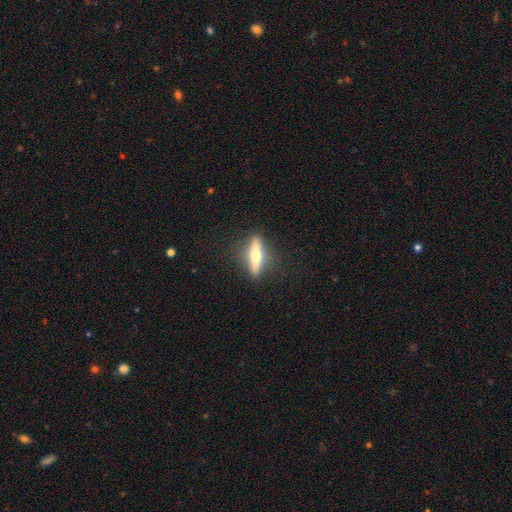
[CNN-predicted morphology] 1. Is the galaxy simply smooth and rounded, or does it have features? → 47% smooth (tied), 47% featured or disk (tied), 6% star or artifact.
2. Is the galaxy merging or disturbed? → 85% none, 10% minor disturbance, 3% major disturbance, 1% merger.